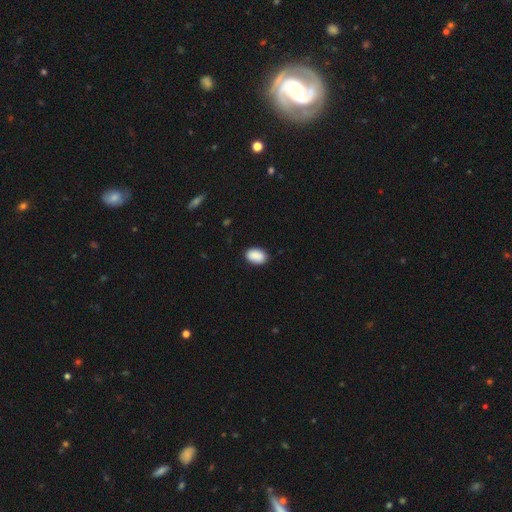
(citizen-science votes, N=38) Smooth or featured? smooth (92%)
How rounded? in between (86%)
Merging? none (89%)